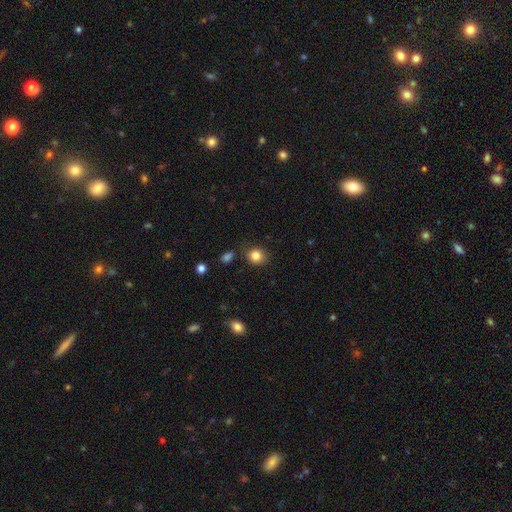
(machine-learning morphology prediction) Smooth or featured? smooth (83%)
How rounded? round (75%)
Merging? none (82%)